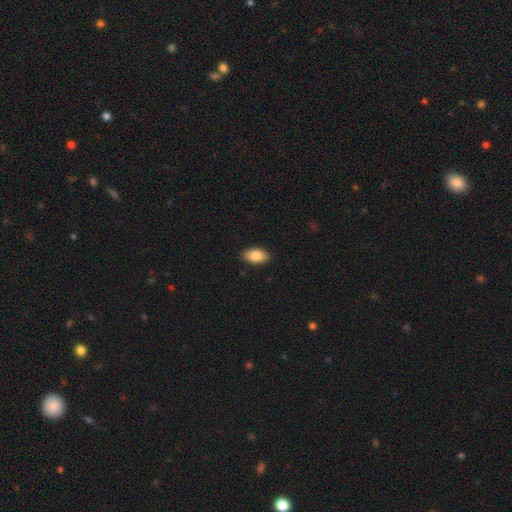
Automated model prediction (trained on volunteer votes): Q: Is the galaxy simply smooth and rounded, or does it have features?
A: smooth — 87%.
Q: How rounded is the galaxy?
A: in between — 94%.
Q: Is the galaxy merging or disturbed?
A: none — 90%.